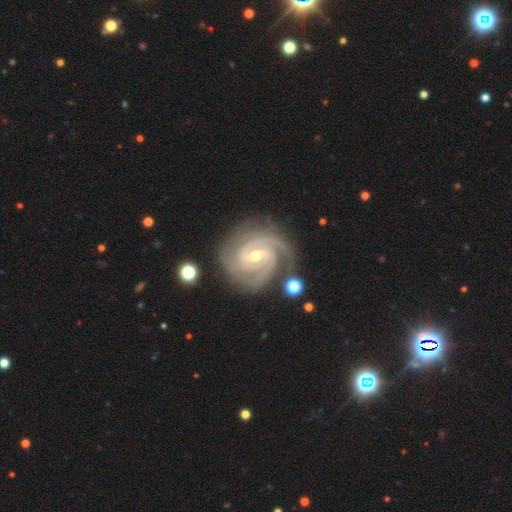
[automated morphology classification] This appears to be a featured or disk galaxy (93%) with a weak bar (49%), 3 (49%) tight (72%) spiral arms (99%) and a small central bulge (52%). Merging: none (77%).